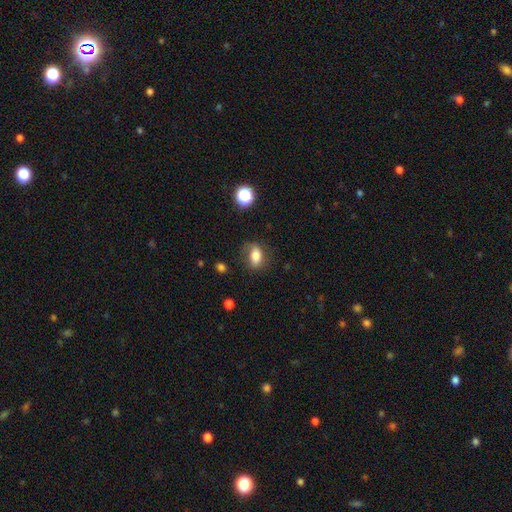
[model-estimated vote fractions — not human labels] This is likely a smooth galaxy (78%). How rounded: likely in between (80%). Merging: likely none (71%).